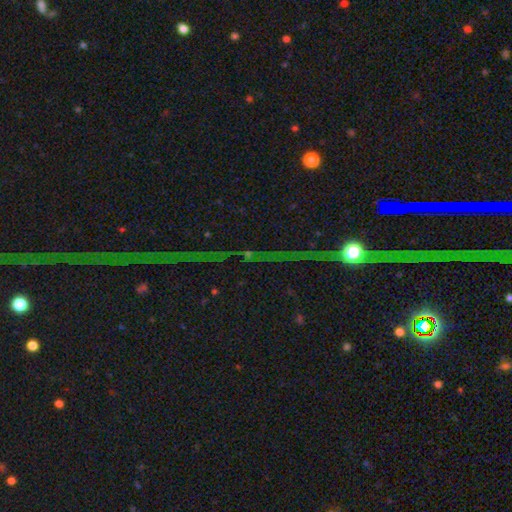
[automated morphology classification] star or artifact 78%, featured or disk 13%, smooth 9%.